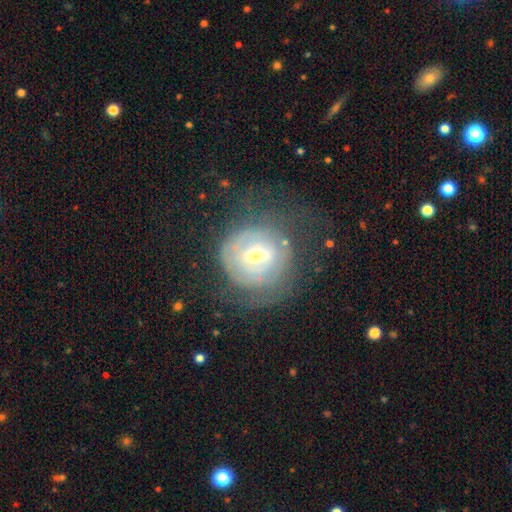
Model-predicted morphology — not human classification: Overall: featured or disk (67%). Edge-on disk: no (93%). Bar: weak (49%; strong 34%). Spiral arms: yes (54%; no 46%). Bulge size: moderate (56%; small 29%). Merging: none (53%; major disturbance 23%).